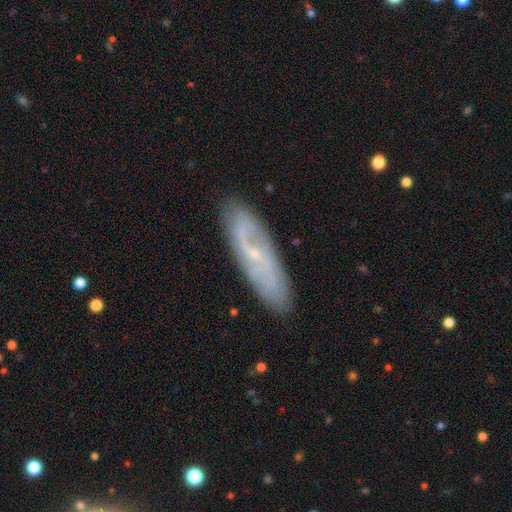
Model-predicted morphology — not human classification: This is likely a featured or disk galaxy (69%). It is likely not viewed edge-on (77%). Bar: possibly no (47%). Spiral arm pattern: clearly yes (80%). Central bulge: likely small (79%). Merging: clearly none (84%).